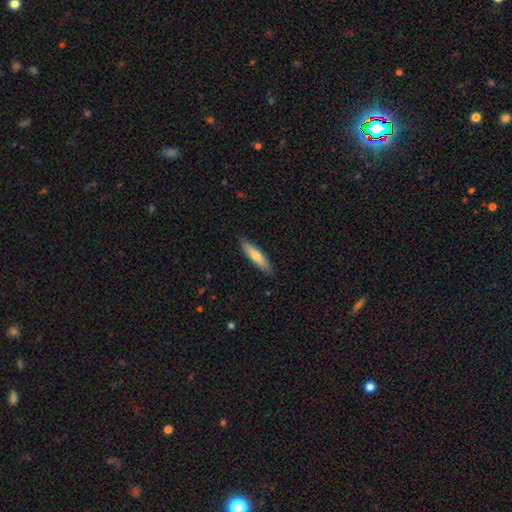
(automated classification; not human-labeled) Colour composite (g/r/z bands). It shows a smooth galaxy with no disk features (66%) that is cigar-shaped (76%). Merging: none (88%).